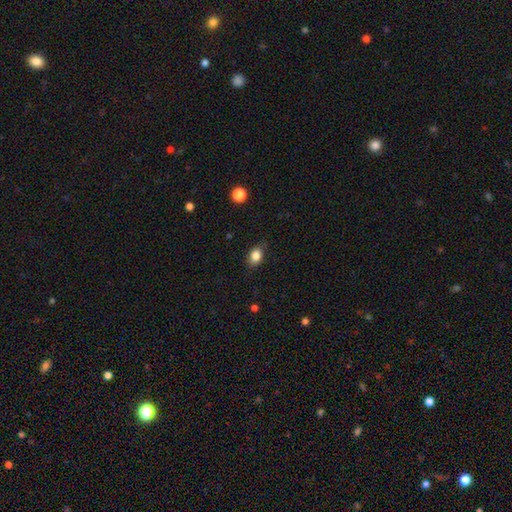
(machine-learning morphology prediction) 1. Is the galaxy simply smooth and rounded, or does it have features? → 84% smooth, 9% star or artifact, 6% featured or disk.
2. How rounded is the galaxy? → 73% in between, 25% round, 2% cigar-shaped.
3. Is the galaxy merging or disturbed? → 82% none, 14% minor disturbance, 3% major disturbance, 1% merger.